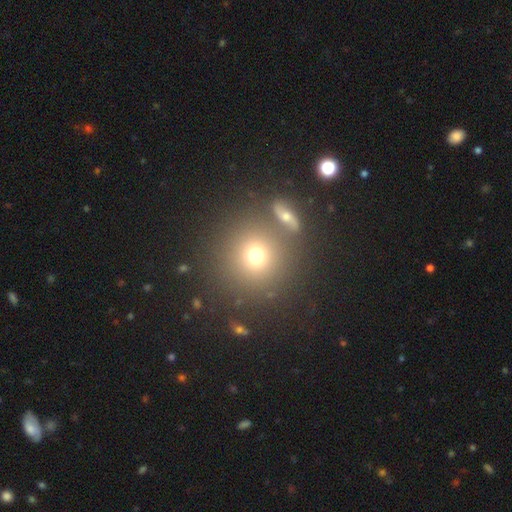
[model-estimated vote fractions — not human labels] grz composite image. It shows a smooth galaxy with no disk features (72%) that is round (91%). Merging: none (74%).